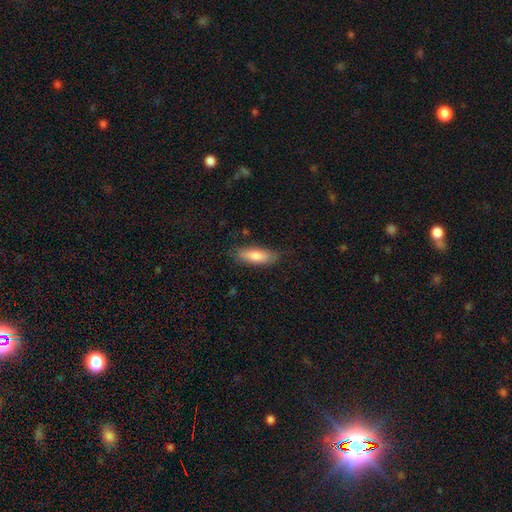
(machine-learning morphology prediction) The model was most divided on "how rounded": in between: 57%, cigar-shaped: 41%, round: 2%. More confident: merging — none (82%); smooth or featured — smooth (78%).